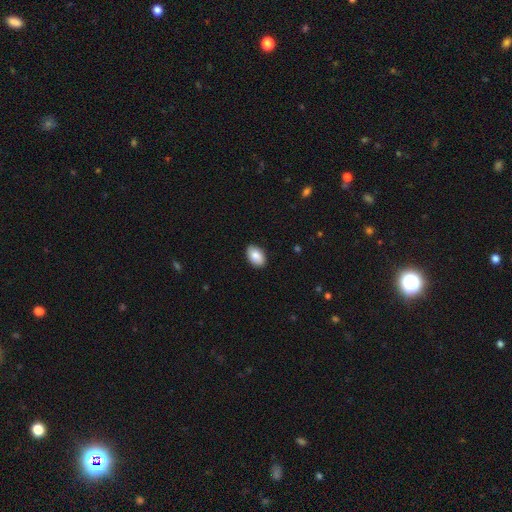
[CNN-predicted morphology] This is clearly a smooth galaxy (86%). How rounded: clearly in between (91%). Merging: clearly none (89%).